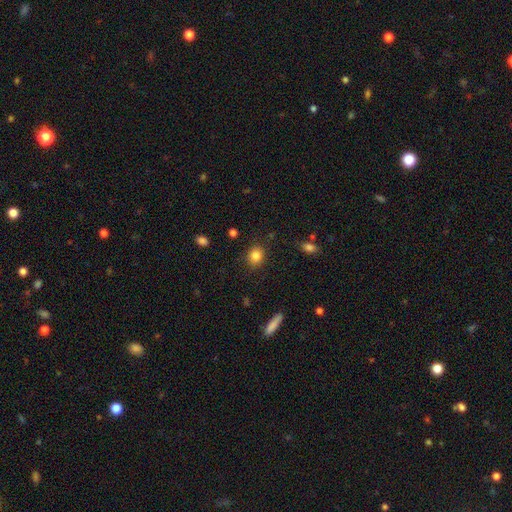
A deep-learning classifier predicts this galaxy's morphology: This is clearly a smooth galaxy (85%). How rounded: likely round (69%). Merging: clearly none (86%).